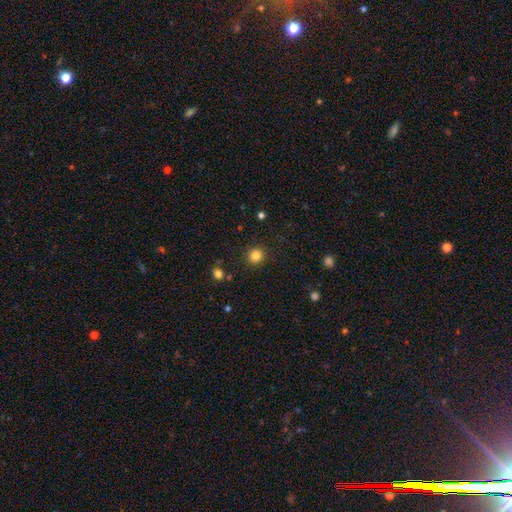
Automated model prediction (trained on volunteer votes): Overall: smooth (84%). How rounded: round (91%). Merging: none (90%).